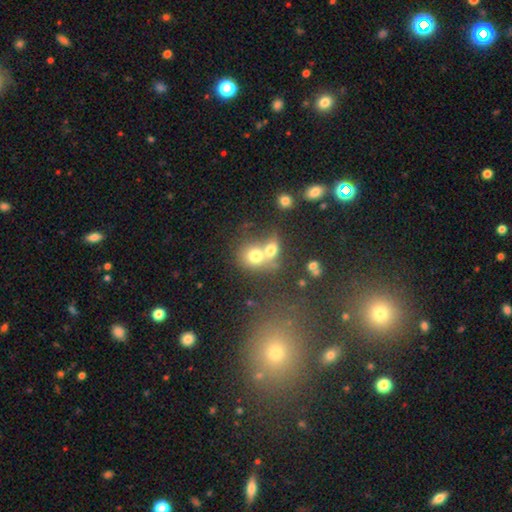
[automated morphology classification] Smooth or featured? smooth (70%)
How rounded? round (68%)
Merging? merger (63%)